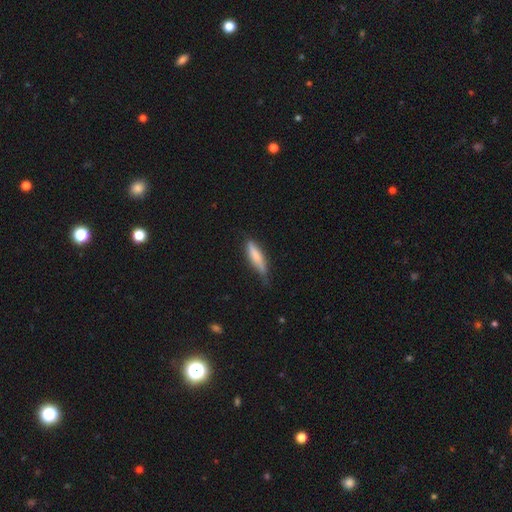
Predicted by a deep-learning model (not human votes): smooth_or_featured: smooth (p=0.74) [alt: featured or disk p=0.20]
how_rounded: cigar-shaped (p=0.77) [alt: in between p=0.21]
merging: none (p=0.59) [alt: minor disturbance p=0.33]